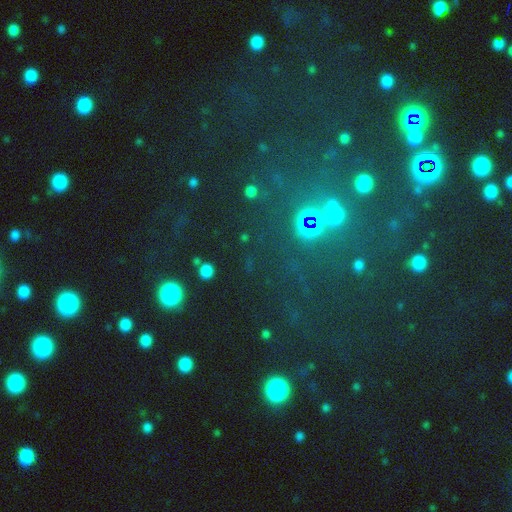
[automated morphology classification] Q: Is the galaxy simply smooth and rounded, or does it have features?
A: star or artifact — 62%.